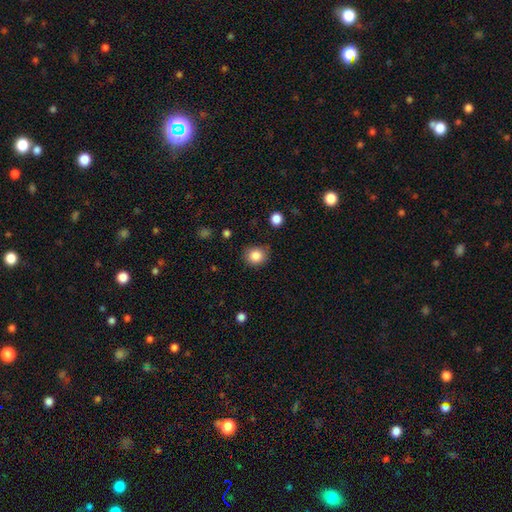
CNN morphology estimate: smooth_or_featured: smooth (p=0.85) [alt: star or artifact p=0.10]
how_rounded: round (p=0.82) [alt: in between p=0.17]
merging: none (p=0.77) [alt: minor disturbance p=0.17]